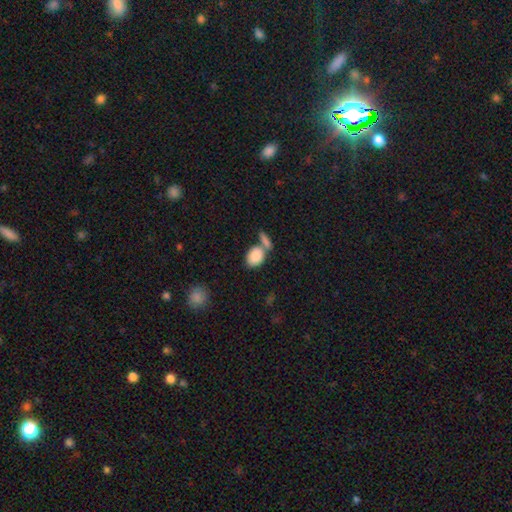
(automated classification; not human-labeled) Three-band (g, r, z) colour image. It shows a smooth galaxy with no disk features (86%) that is in between round and cigar-shaped (78%). Merging: none (46%).